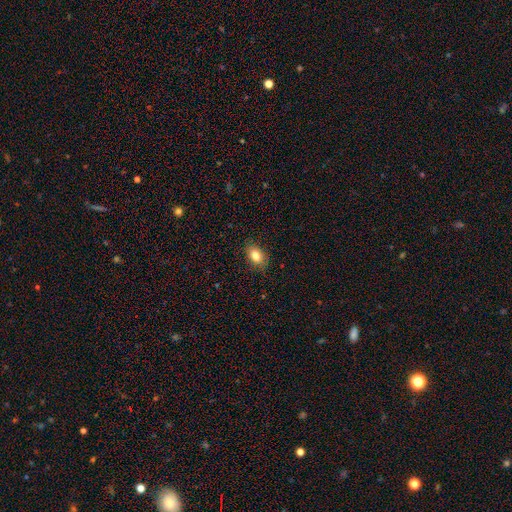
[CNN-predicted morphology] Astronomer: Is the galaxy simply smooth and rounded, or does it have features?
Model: smooth — 83%.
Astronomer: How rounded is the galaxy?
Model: in between — 85%.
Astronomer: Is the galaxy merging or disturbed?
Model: none — 85%.